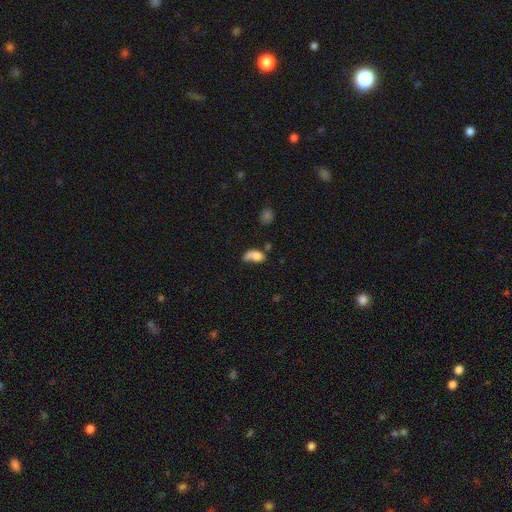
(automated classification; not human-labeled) Smooth or featured?
  - smooth: 69% *
  - featured or disk: 21%
  - star or artifact: 10%
How rounded?
  - in between: 80% *
  - round: 16%
  - cigar-shaped: 4%
Merging?
  - major disturbance: 28% * (tied)
  - none: 28% * (tied)
  - minor disturbance: 23%
  - merger: 21%